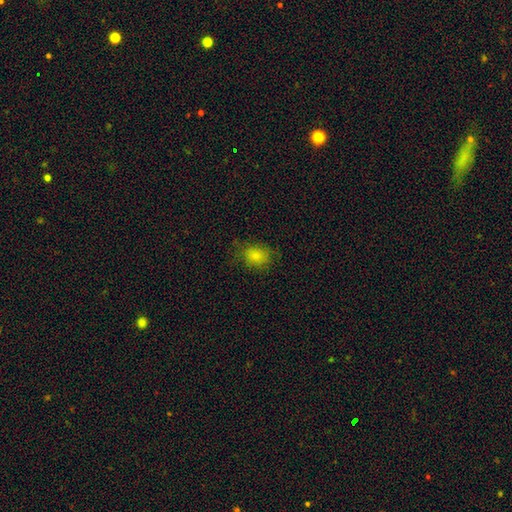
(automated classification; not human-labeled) The model was most divided on "how rounded": round: 55%, in between: 44%, cigar-shaped: 1%. More confident: smooth or featured — smooth (82%); merging — none (75%).